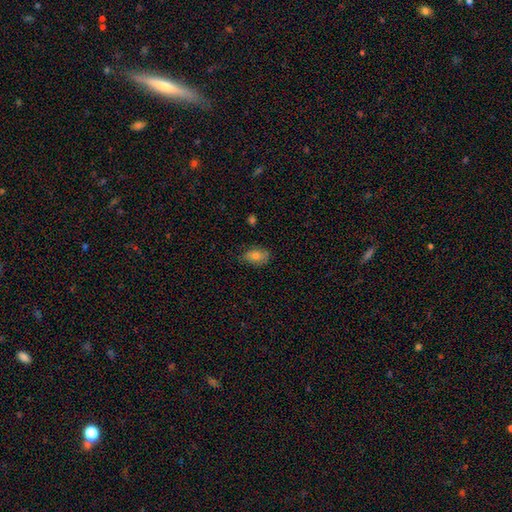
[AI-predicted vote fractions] This is likely a smooth galaxy (66%). How rounded: clearly in between (82%). Merging: likely none (71%).